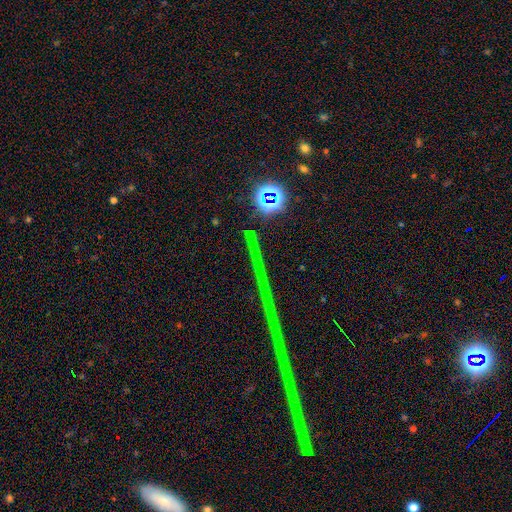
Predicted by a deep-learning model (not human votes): Smooth or featured?
  - star or artifact: 86% *
  - featured or disk: 8%
  - smooth: 6%